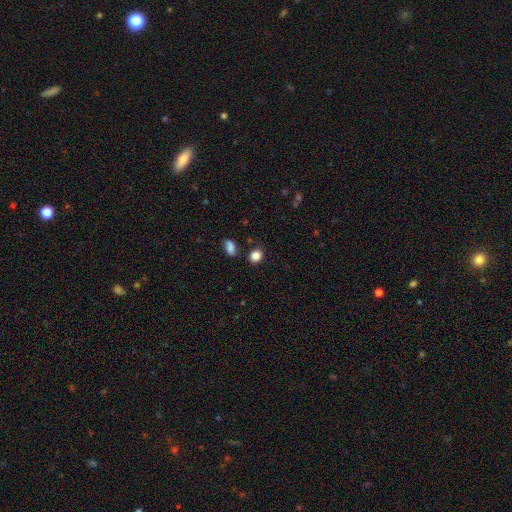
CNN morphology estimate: type=smooth (85%); roundness=round (53%); merging=none (79%).